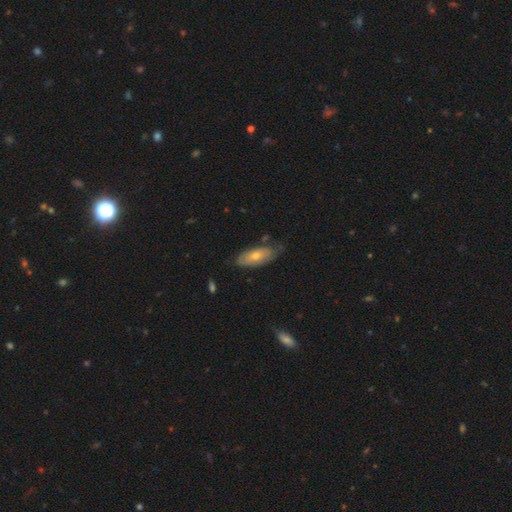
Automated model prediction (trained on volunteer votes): This is possibly a smooth galaxy (50%). How rounded: likely in between (78%). Merging: likely none (67%).